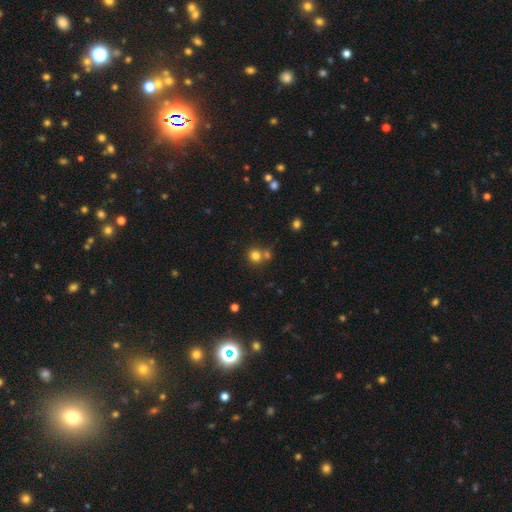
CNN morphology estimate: type=smooth (79%); roundness=round (90%); merging=none (63%).